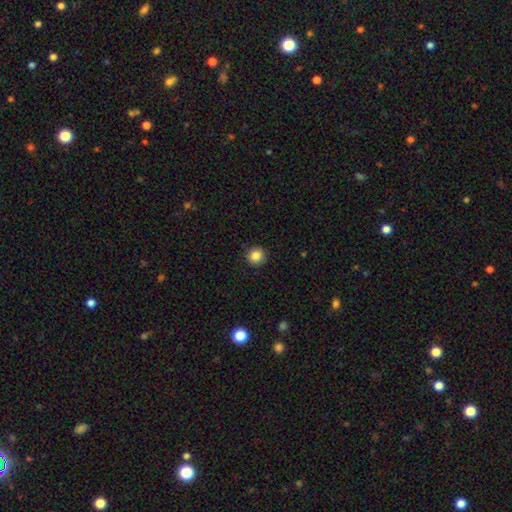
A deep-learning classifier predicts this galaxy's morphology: smooth-or-featured: smooth: 85% | star or artifact: 11% | featured or disk: 5%
  how-rounded: round: 95% | in between: 4% | cigar-shaped: 1%
  merging: none: 91% | minor disturbance: 6% | major disturbance: 2% | merger: 1%